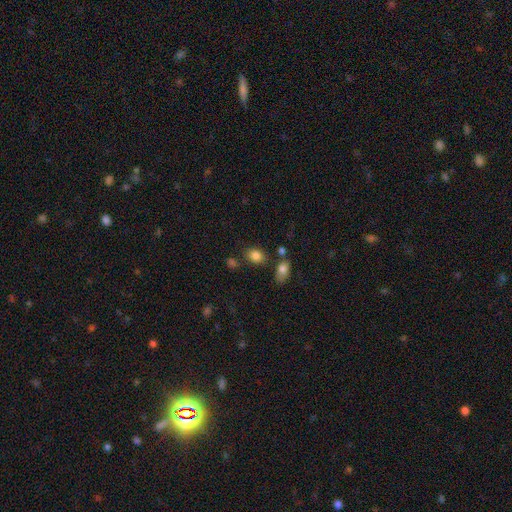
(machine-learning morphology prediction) The model was most divided on "how rounded": in between: 60%, round: 39%, cigar-shaped: 1%. More confident: smooth or featured — smooth (84%); merging — none (71%).